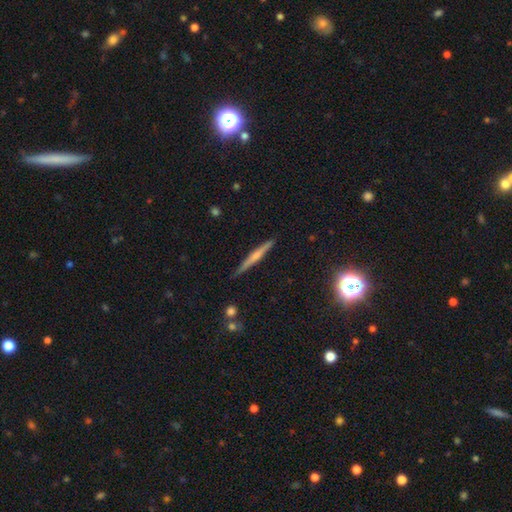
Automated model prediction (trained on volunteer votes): Overall: featured or disk (54%; smooth 38%). Edge-on disk: yes (97%). Edge-on bulge: rounded (50%; none 38%). Merging: none (88%).